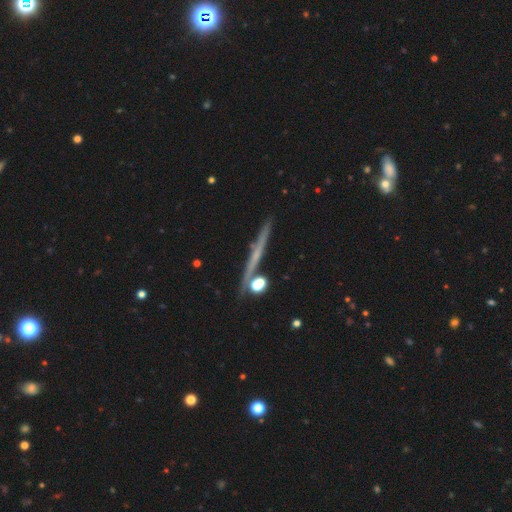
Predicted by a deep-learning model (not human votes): This is possibly a featured or disk galaxy (59%). It is clearly viewed edge-on (94%). Edge-on bulge: likely none (73%). Merging: clearly none (81%).